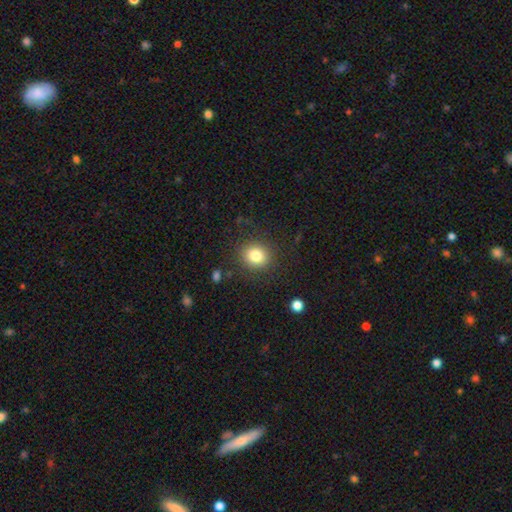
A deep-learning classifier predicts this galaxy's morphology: type=smooth (81%); roundness=round (79%); merging=none (86%).